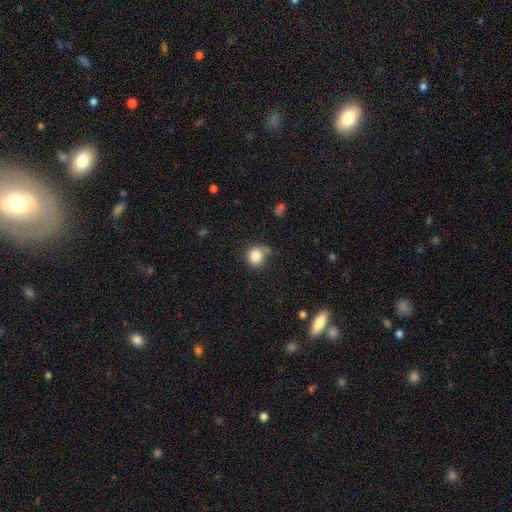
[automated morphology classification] Q: Smooth or featured?
A: smooth (84%); runner-up: star or artifact (10%)
Q: How rounded?
A: round (87%); runner-up: in between (12%)
Q: Merging?
A: none (63%); runner-up: minor disturbance (22%)